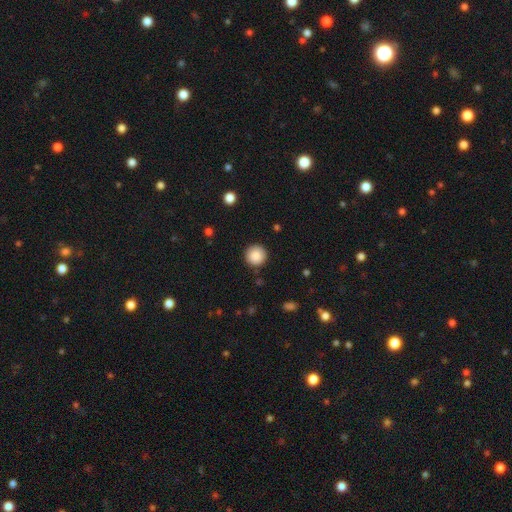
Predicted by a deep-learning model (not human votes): smooth-or-featured: smooth: 88% | star or artifact: 9% | featured or disk: 4%
  how-rounded: round: 96% | in between: 3% | cigar-shaped: 1%
  merging: none: 91% | minor disturbance: 6% | major disturbance: 2% | merger: 1%